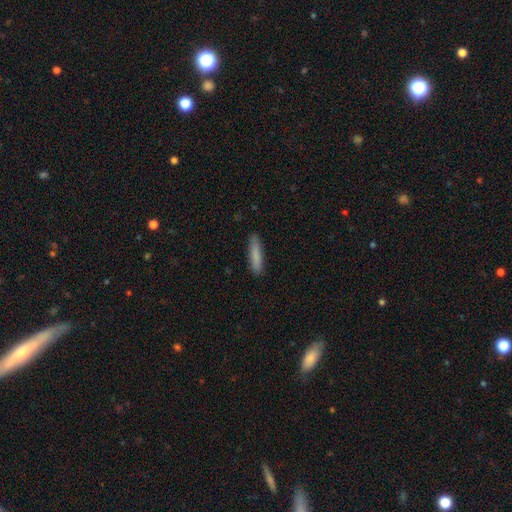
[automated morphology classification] This appears to be a smooth galaxy with no disk features (84%) that is cigar-shaped (84%). Merging: none (87%).